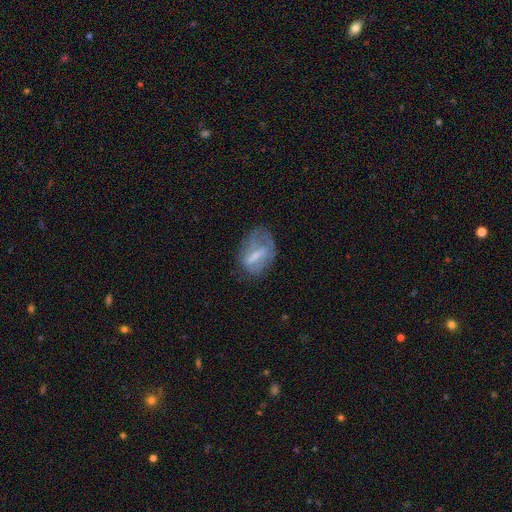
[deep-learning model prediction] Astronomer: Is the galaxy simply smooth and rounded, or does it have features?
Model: featured or disk — 53% (runner-up: smooth, 39%).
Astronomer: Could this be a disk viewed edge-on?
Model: no — 93%.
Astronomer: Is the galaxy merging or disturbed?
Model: none — 45% (runner-up: minor disturbance, 28%).